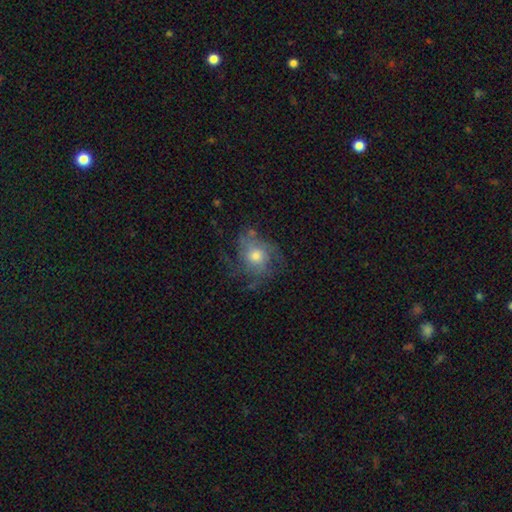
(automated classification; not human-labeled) Smooth or featured? featured or disk (61%)
Edge-on disk? no (97%)
Bar? no (83%)
Spiral arms? yes (75%)
Bulge size? moderate (66%)
Merging? none (60%)